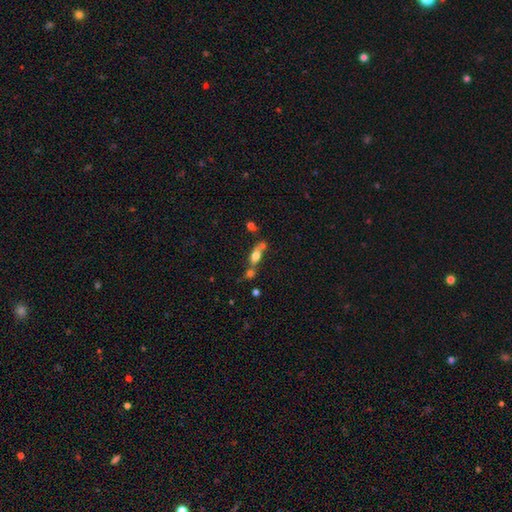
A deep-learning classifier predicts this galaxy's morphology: Smooth or featured? Predicted: smooth (p=0.64). How rounded? Predicted: in between (p=0.65). Merging? Predicted: merger (p=0.45).